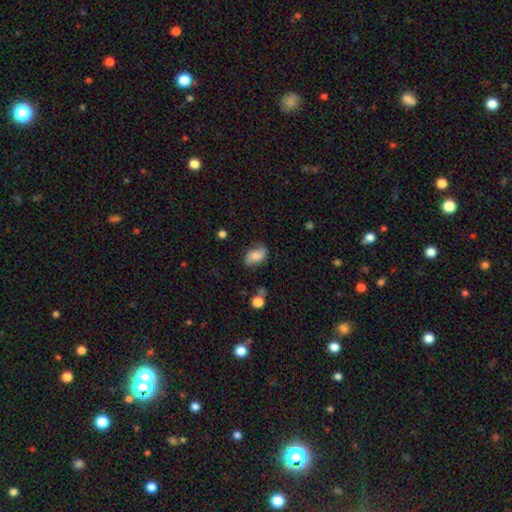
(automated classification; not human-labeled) smooth-or-featured: smooth: 61% | featured or disk: 30% | star or artifact: 9%
  how-rounded: in between: 86% | round: 12% | cigar-shaped: 2%
  merging: none: 68% | minor disturbance: 23% | major disturbance: 7% | merger: 2%